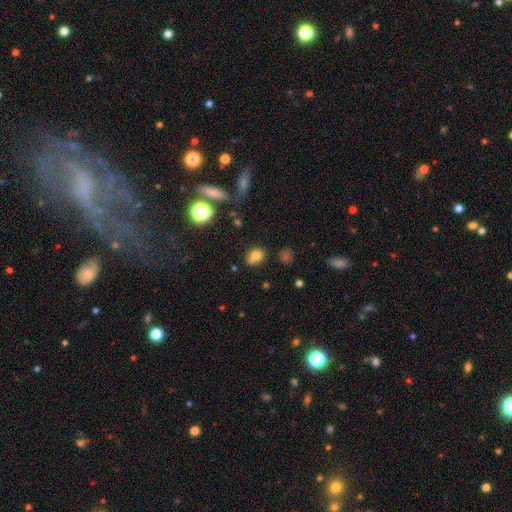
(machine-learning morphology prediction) Smooth or featured? smooth (74%)
How rounded? round (52%)
Merging? none (60%)